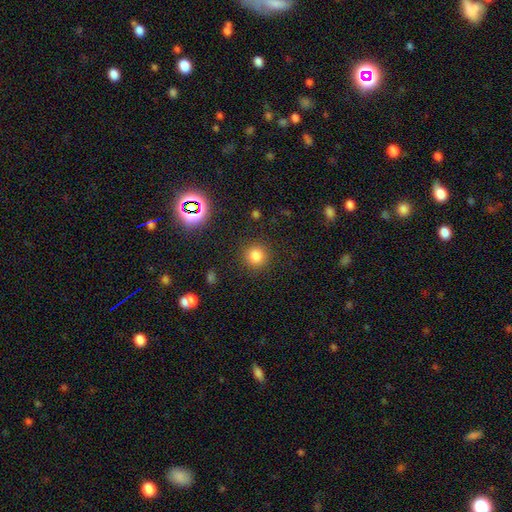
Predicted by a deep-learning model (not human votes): Q: Smooth or featured?
A: smooth (80%); runner-up: star or artifact (15%)
Q: How rounded?
A: round (91%); runner-up: in between (8%)
Q: Merging?
A: none (88%); runner-up: minor disturbance (7%)